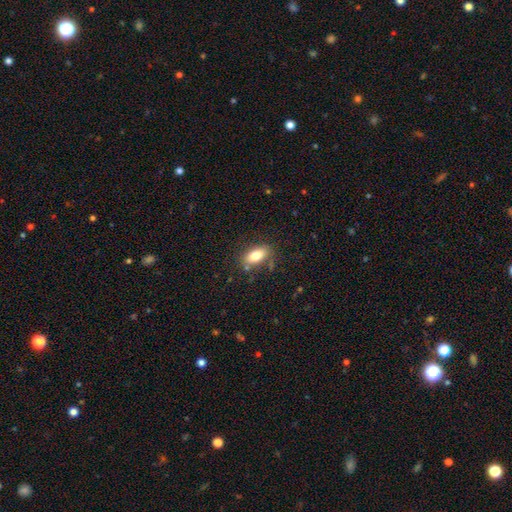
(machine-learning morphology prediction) This is likely a smooth galaxy (78%). How rounded: clearly in between (86%). Merging: likely none (80%).